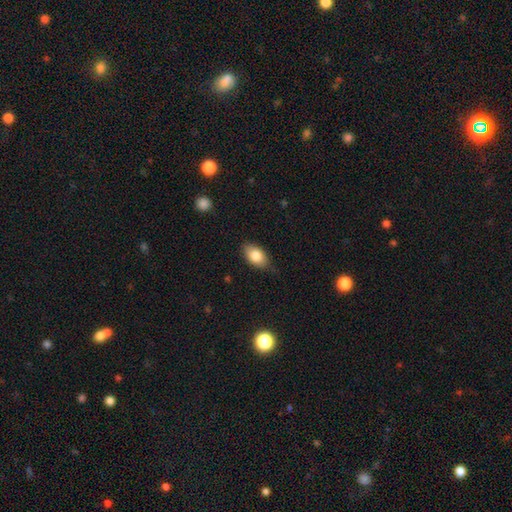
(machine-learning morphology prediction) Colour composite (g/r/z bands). It shows a smooth galaxy with no disk features (82%) that is in between round and cigar-shaped (90%). Merging: none (78%).